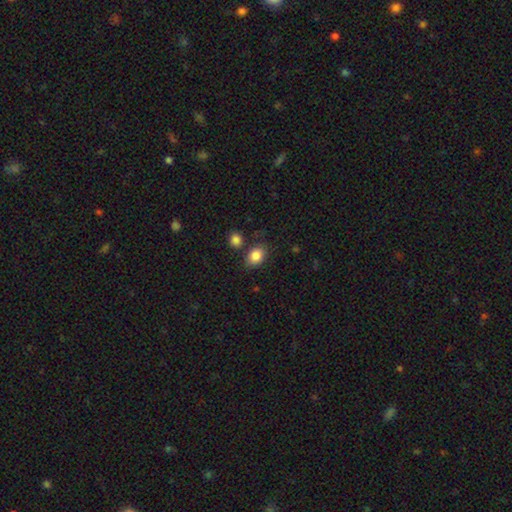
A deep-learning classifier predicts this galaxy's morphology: Overall: smooth (86%). How rounded: in between (67%; round 31%). Merging: none (74%).